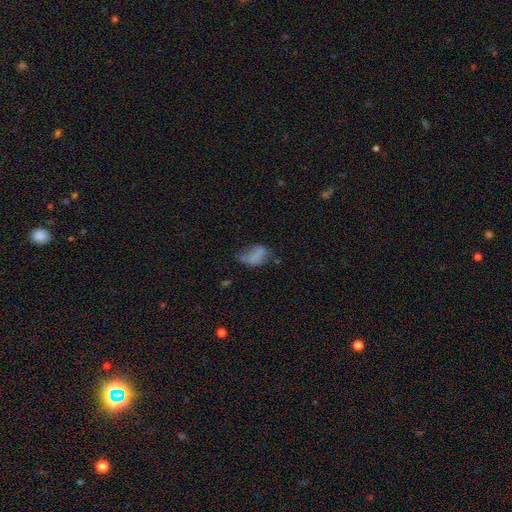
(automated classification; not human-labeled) Overall: smooth (57%; featured or disk 29%). How rounded: in between (85%). Merging: none (34%; major disturbance 30%).